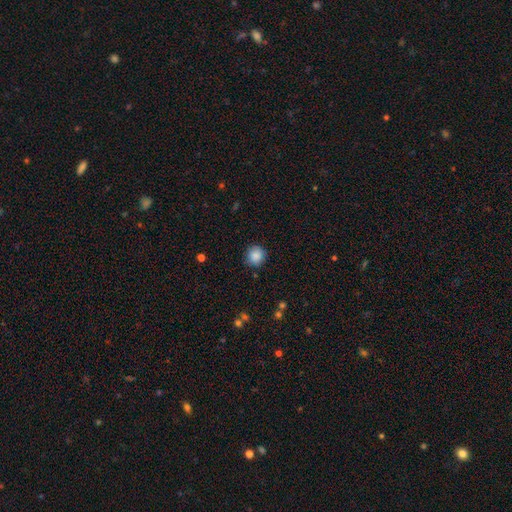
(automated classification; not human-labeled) Smooth or featured? Predicted: smooth (p=0.87). How rounded? Predicted: round (p=0.91). Merging? Predicted: none (p=0.86).